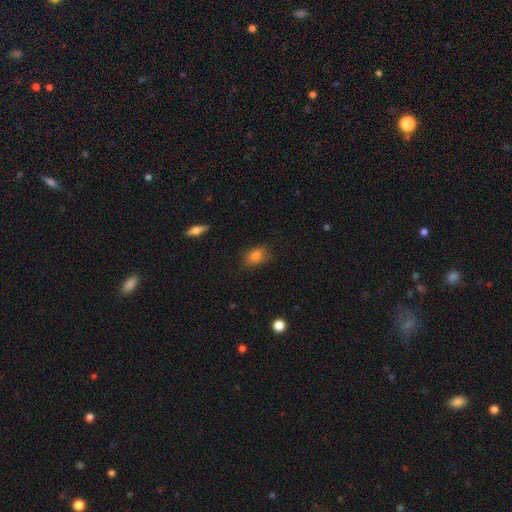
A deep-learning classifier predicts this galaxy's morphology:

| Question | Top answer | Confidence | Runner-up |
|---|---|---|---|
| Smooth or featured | smooth | 83% | star or artifact (10%) |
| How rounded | in between | 72% | round (26%) |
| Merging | none | 74% | minor disturbance (20%) |